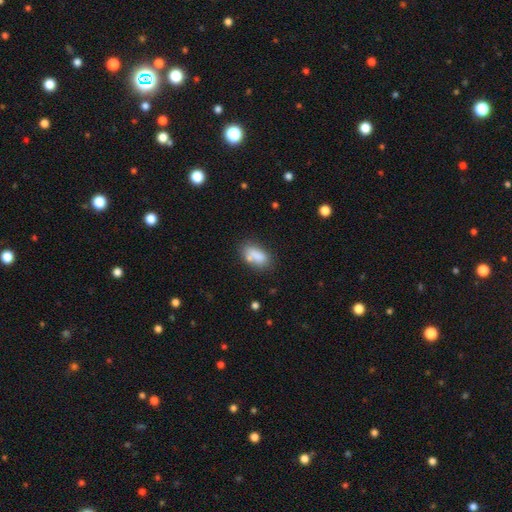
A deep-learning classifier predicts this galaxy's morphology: Overall: smooth (79%). How rounded: in between (88%). Merging: none (56%; minor disturbance 20%).